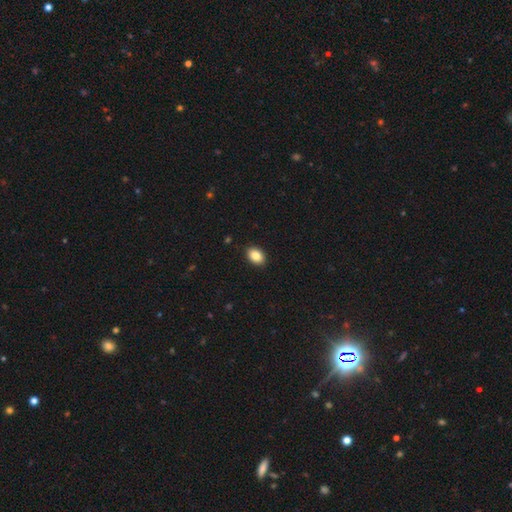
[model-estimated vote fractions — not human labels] A smooth galaxy with no disk features (86%) that is in between round and cigar-shaped (81%).

Vote fractions:
- Smooth or featured? smooth: 86% / star or artifact: 8% / featured or disk: 6%
- How rounded? in between: 81% / round: 17% / cigar-shaped: 1%
- Merging? none: 90% / minor disturbance: 7% / major disturbance: 2% / merger: 1%